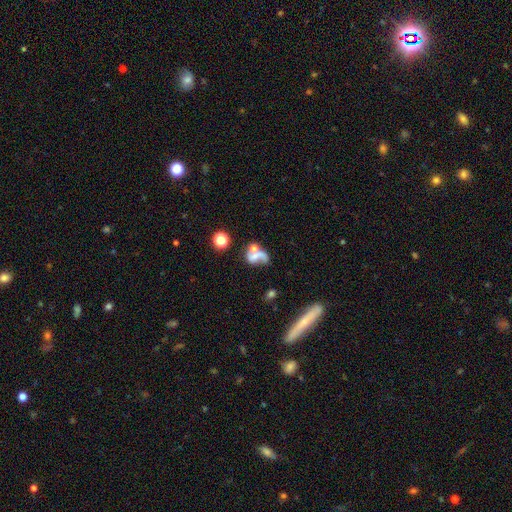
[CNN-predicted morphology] smooth-or-featured: featured or disk: 46% | smooth: 39% | star or artifact: 15%
  merging: merger: 39% | major disturbance: 24% | none: 24% | minor disturbance: 13%